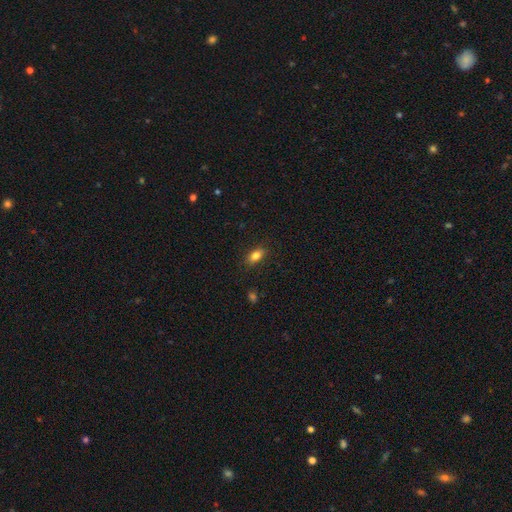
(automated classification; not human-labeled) Smooth or featured? smooth (83%)
How rounded? in between (86%)
Merging? none (87%)